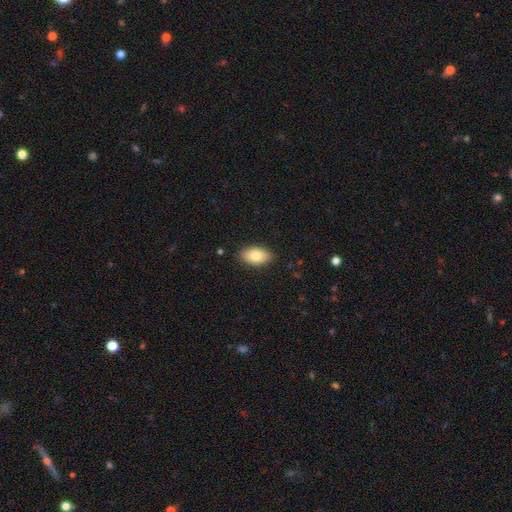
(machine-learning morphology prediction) smooth_or_featured: smooth (p=0.81) [alt: featured or disk p=0.12]
how_rounded: in between (p=0.92) [alt: round p=0.06]
merging: none (p=0.87) [alt: minor disturbance p=0.10]